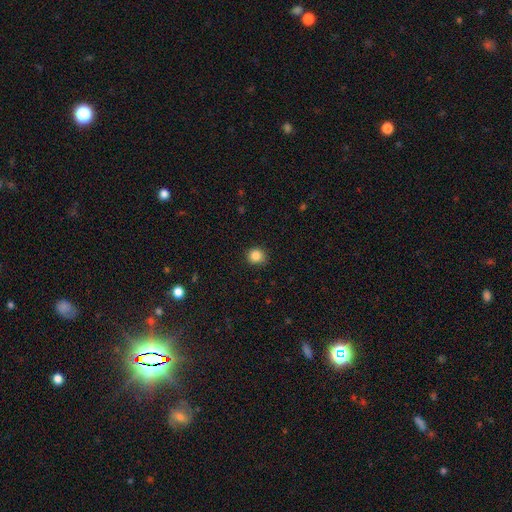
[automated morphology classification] Smooth or featured: smooth — 85% (star or artifact — 11%)
How rounded: round — 88% (in between — 11%)
Merging: none — 85% (minor disturbance — 11%)